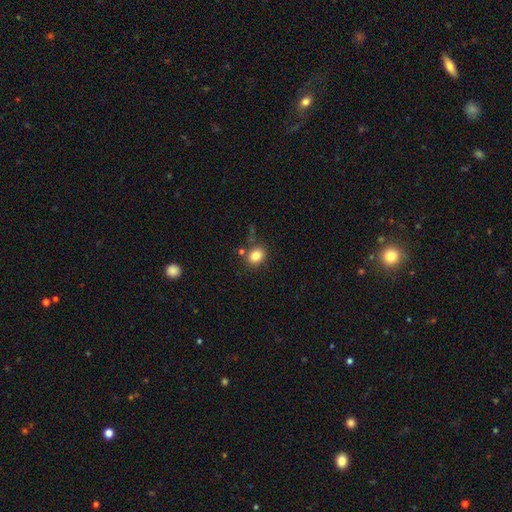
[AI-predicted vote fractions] smooth_or_featured: smooth (p=0.83) [alt: star or artifact p=0.11]
how_rounded: round (p=0.59) [alt: in between p=0.40]
merging: none (p=0.74) [alt: minor disturbance p=0.13]